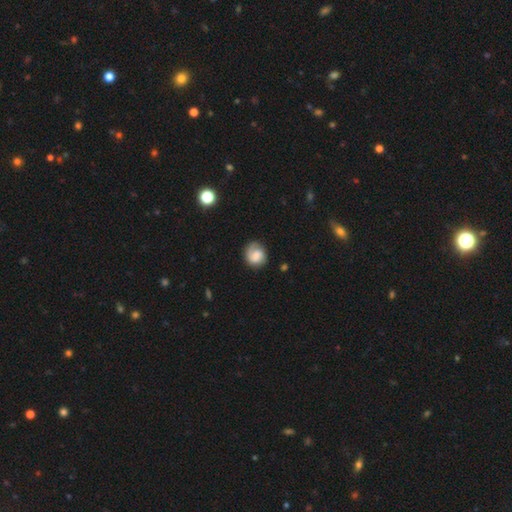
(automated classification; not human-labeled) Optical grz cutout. It shows a smooth galaxy with no disk features (48%). Merging: none (73%).